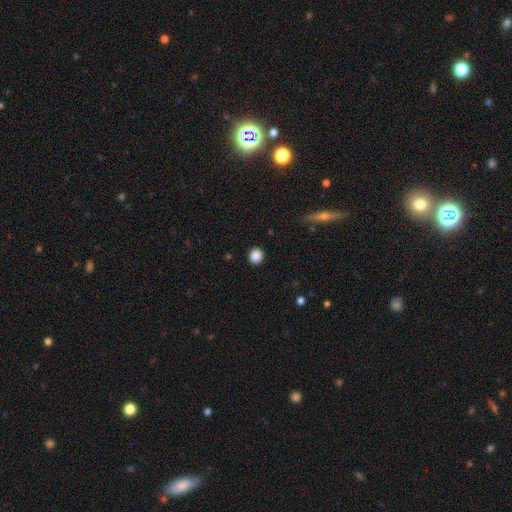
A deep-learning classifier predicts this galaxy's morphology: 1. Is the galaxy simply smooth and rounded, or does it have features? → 87% smooth, 10% star or artifact, 3% featured or disk.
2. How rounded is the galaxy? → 89% round, 10% in between, 1% cigar-shaped.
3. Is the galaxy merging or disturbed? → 92% none, 5% minor disturbance, 2% major disturbance, 1% merger.